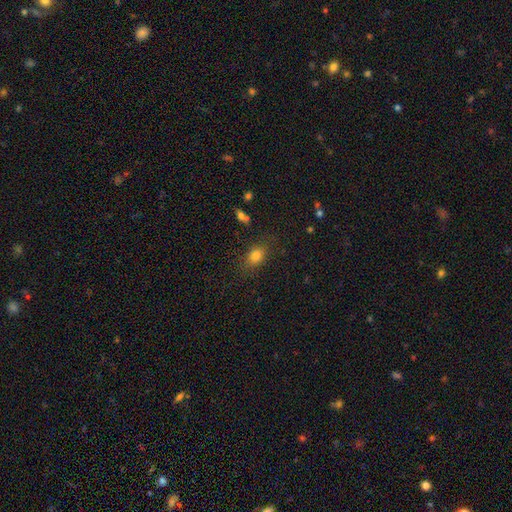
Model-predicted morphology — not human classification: Q: Smooth or featured?
A: smooth (79%); runner-up: star or artifact (13%)
Q: How rounded?
A: in between (65%); runner-up: round (32%)
Q: Merging?
A: none (78%); runner-up: minor disturbance (15%)